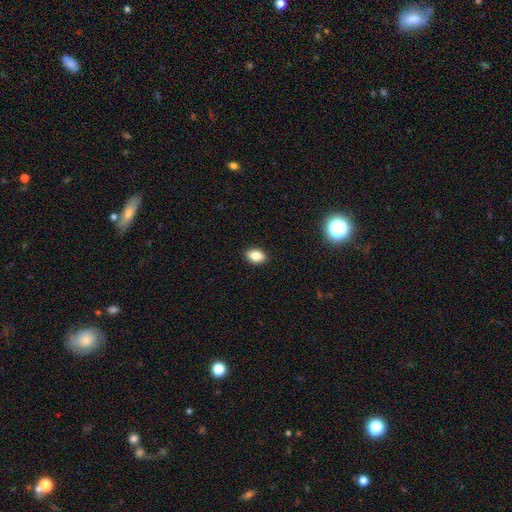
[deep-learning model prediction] smooth 84%, star or artifact 9%, featured or disk 7%. Down the decision tree: how rounded — in between (85%); merging — none (90%).